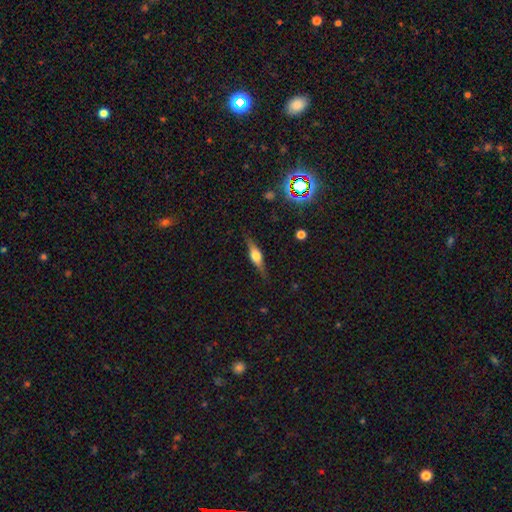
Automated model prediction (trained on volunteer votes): A featured or disk galaxy (63%) viewed edge-on (95%) with a rounded central bulge (88%). Merging: none (84%).